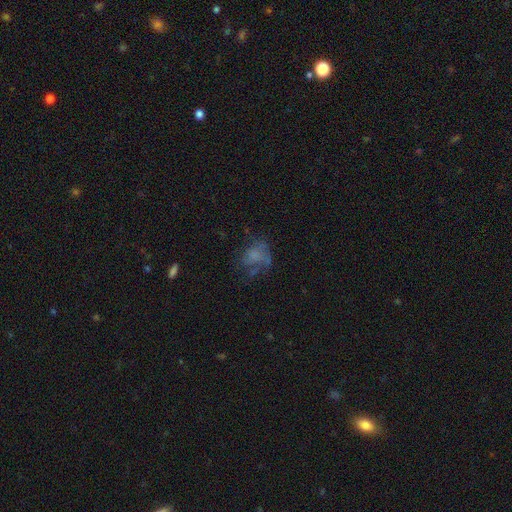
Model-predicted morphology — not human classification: smooth_or_featured: featured or disk (p=0.44) [alt: smooth p=0.40]
merging: none (p=0.40) [alt: major disturbance p=0.36]